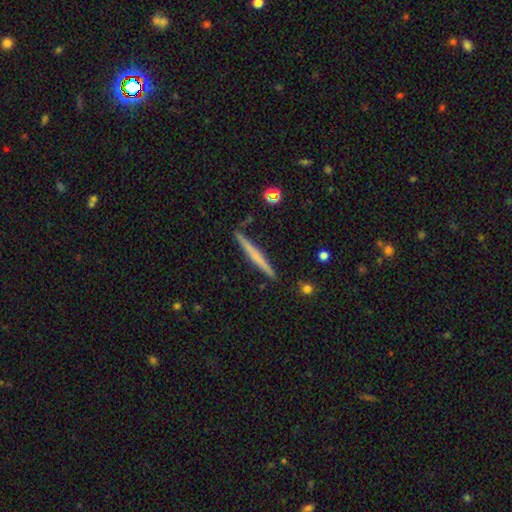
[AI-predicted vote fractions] Smooth or featured? Predicted: smooth (p=0.47, tied with featured or disk). Merging? Predicted: none (p=0.90).